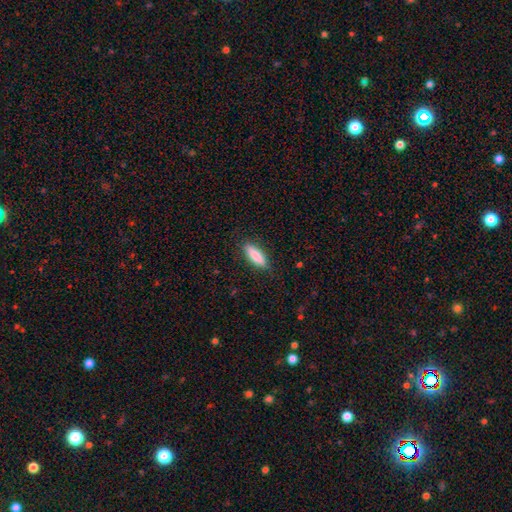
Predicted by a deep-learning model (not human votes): A smooth galaxy with no disk features (84%) that is in between round and cigar-shaped (50%). Merging: none (84%).